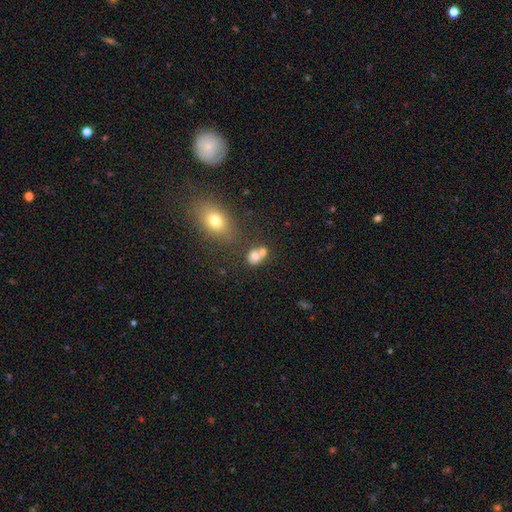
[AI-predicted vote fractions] The model was most divided on "merging": merger: 46%, none: 37%, minor disturbance: 11%, major disturbance: 5%. More confident: smooth or featured — smooth (75%); how rounded — round (56%).